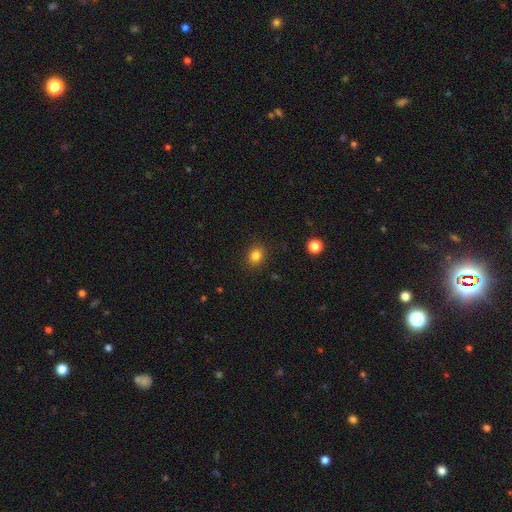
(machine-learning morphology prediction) The model was most divided on "how rounded": round: 68%, in between: 32%, cigar-shaped: 1%. More confident: merging — none (88%); smooth or featured — smooth (83%).